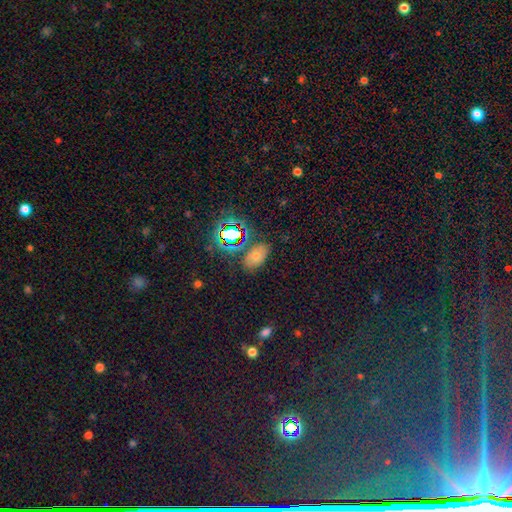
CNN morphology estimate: This is possibly a star or artifact rather than a galaxy (48%).